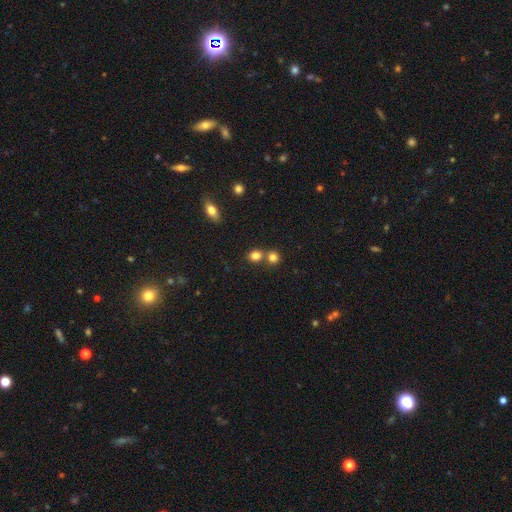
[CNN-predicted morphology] Smooth or featured? smooth (80%)
How rounded? round (73%)
Merging? none (54%)